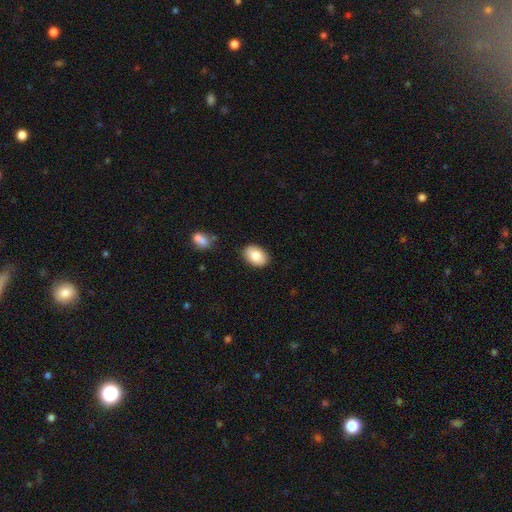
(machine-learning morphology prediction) The model was most divided on "how rounded": in between: 86%, round: 13%, cigar-shaped: 1%. More confident: merging — none (85%); smooth or featured — smooth (84%).